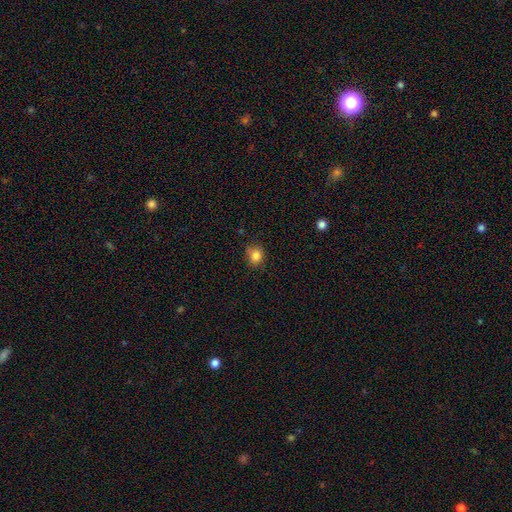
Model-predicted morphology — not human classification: Overall: smooth (84%). How rounded: round (72%). Merging: none (73%).